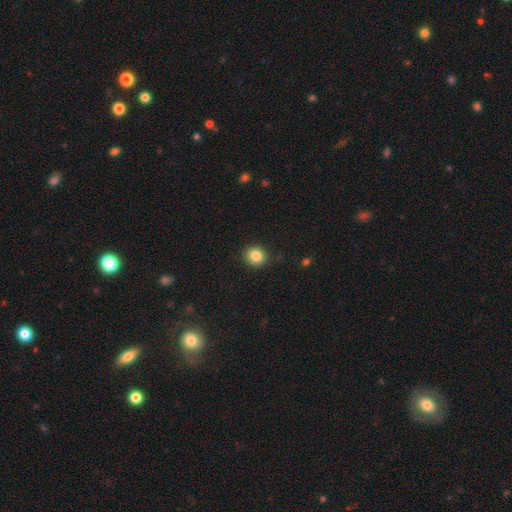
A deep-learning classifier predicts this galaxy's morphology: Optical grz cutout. It shows a smooth galaxy with no disk features (85%) that is round (85%). Merging: none (90%).